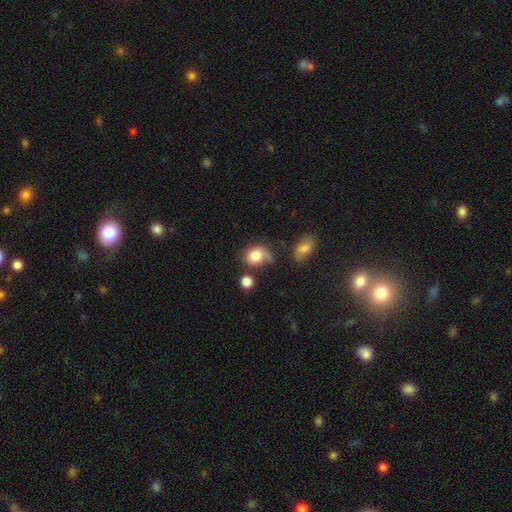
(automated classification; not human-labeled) Smooth or featured: smooth — 77% (featured or disk — 14%)
How rounded: round — 57% (in between — 42%)
Merging: none — 40% (minor disturbance — 26%)